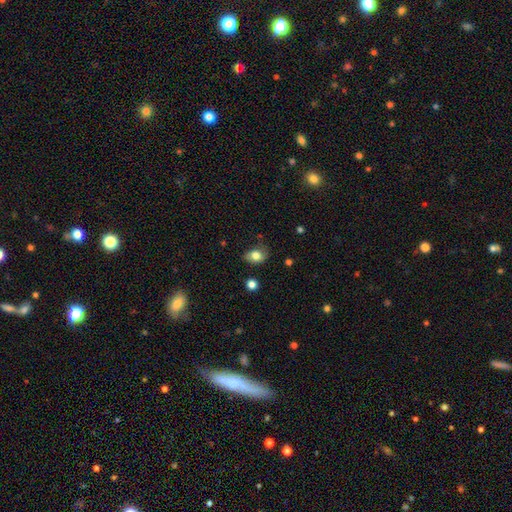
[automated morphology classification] Smooth or featured?
  - smooth: 77% *
  - featured or disk: 13%
  - star or artifact: 9%
How rounded?
  - in between: 65% *
  - round: 34%
  - cigar-shaped: 1%
Merging?
  - none: 60% *
  - minor disturbance: 29%
  - major disturbance: 8%
  - merger: 3%